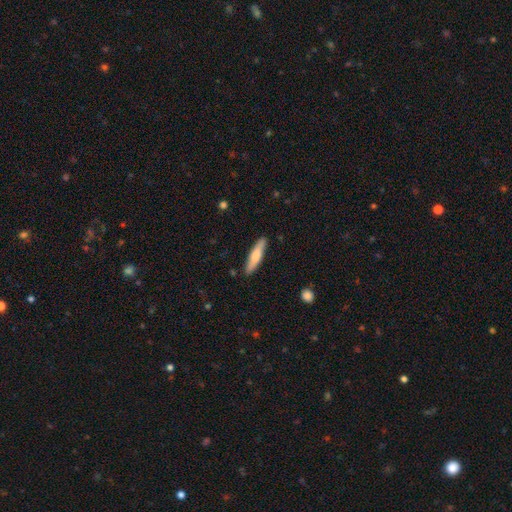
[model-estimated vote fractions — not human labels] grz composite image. It shows a smooth galaxy with no disk features (69%) that is cigar-shaped (83%). Merging: none (88%).